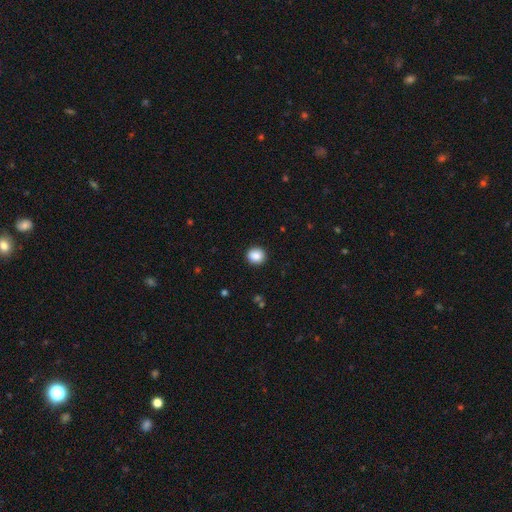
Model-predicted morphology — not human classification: type=smooth (88%); roundness=round (88%); merging=none (91%).